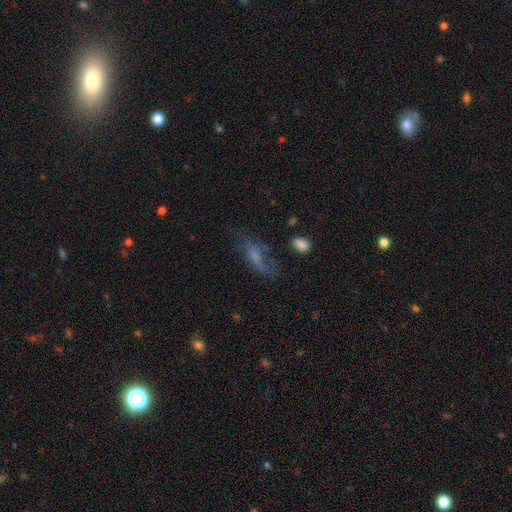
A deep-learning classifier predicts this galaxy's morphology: Overall: smooth (49%; featured or disk 37%). Merging: none (46%; major disturbance 25%).